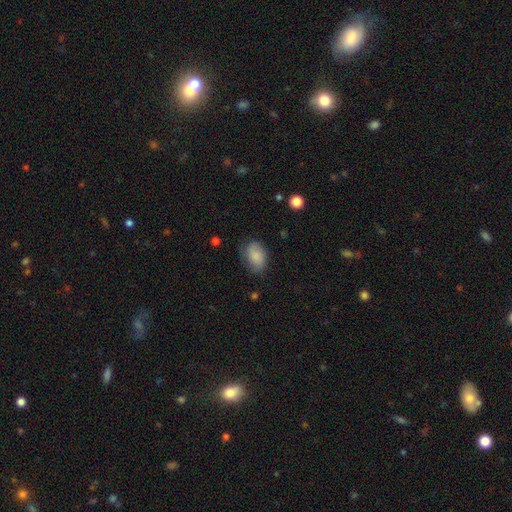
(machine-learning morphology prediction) Smooth or featured? Predicted: smooth (p=0.81). How rounded? Predicted: in between (p=0.83). Merging? Predicted: none (p=0.73).